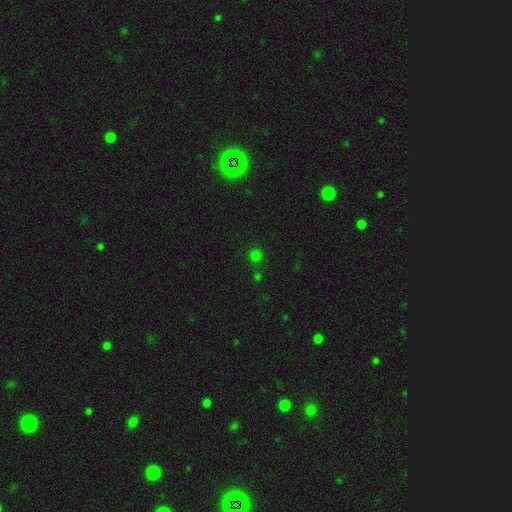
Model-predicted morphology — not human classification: The model was most divided on "smooth or featured": smooth: 68%, star or artifact: 28%, featured or disk: 4%. More confident: how rounded — round (92%); merging — none (80%).